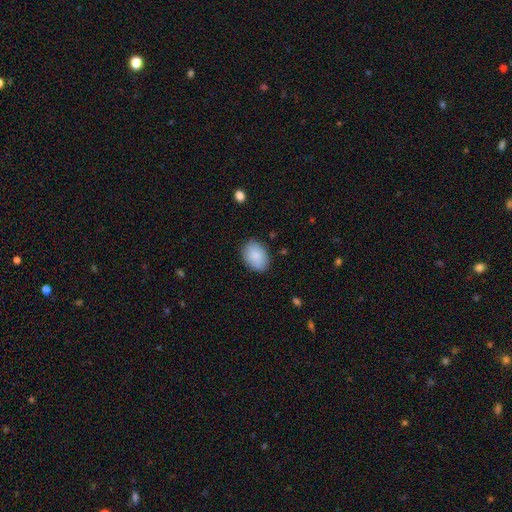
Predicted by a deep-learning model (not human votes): This is clearly a smooth galaxy (87%). How rounded: likely in between (80%). Merging: clearly none (85%).